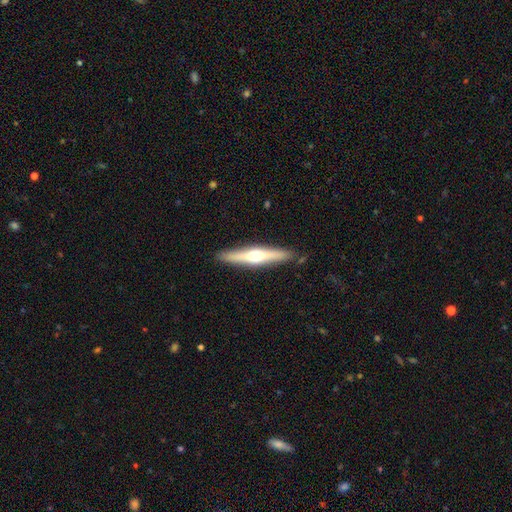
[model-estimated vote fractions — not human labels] smooth_or_featured: featured or disk (p=0.60) [alt: smooth p=0.35]
disk_edge_on: yes (p=0.96) [alt: no p=0.04]
edge_on_bulge: rounded (p=0.92) [alt: none p=0.05]
merging: none (p=0.89) [alt: minor disturbance p=0.08]